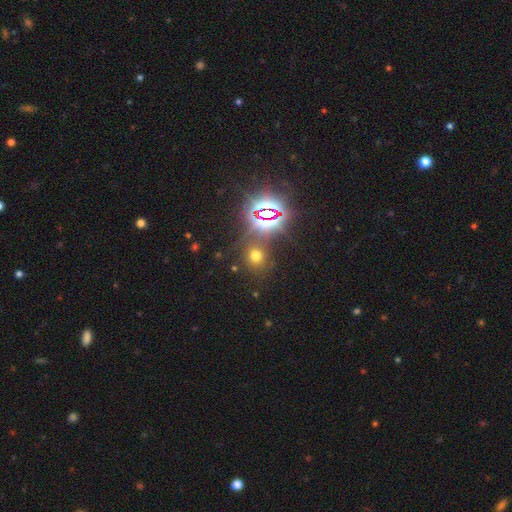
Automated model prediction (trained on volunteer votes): Morphology: type=smooth (50%); roundness=round (79%); merging=none (77%).